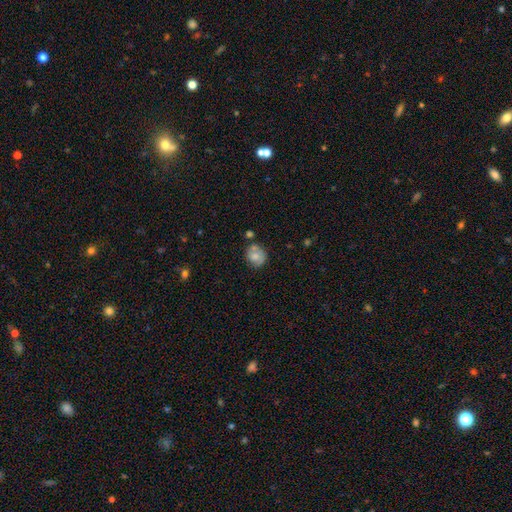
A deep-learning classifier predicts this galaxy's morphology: The model was most divided on "merging": none: 58%, minor disturbance: 22%, merger: 13%, major disturbance: 7%. More confident: how rounded — round (71%); smooth or featured — smooth (66%).